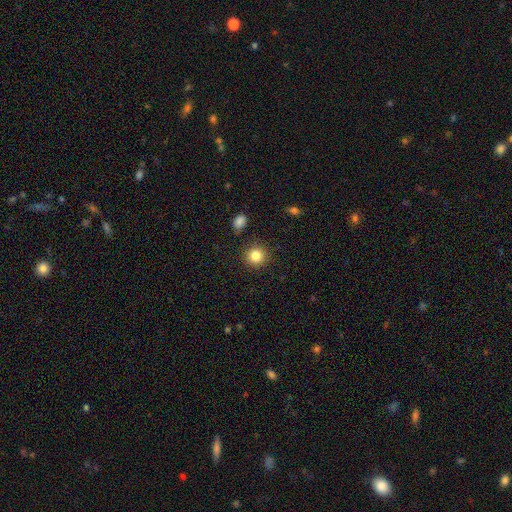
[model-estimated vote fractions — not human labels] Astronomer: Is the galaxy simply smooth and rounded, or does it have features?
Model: smooth — 84%.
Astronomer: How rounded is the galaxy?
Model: round — 91%.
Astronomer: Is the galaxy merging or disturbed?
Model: none — 88%.